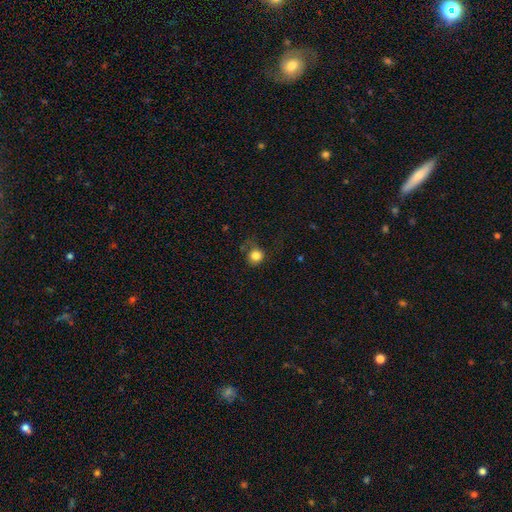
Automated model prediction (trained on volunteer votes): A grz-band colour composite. It shows a smooth galaxy with no disk features (82%) that is round (86%). Merging: none (63%).